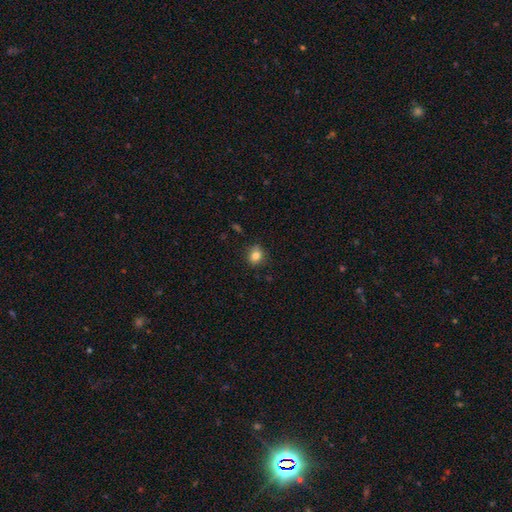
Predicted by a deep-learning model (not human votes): Smooth or featured: smooth — 81% (star or artifact — 11%)
How rounded: round — 63% (in between — 36%)
Merging: none — 82% (minor disturbance — 14%)